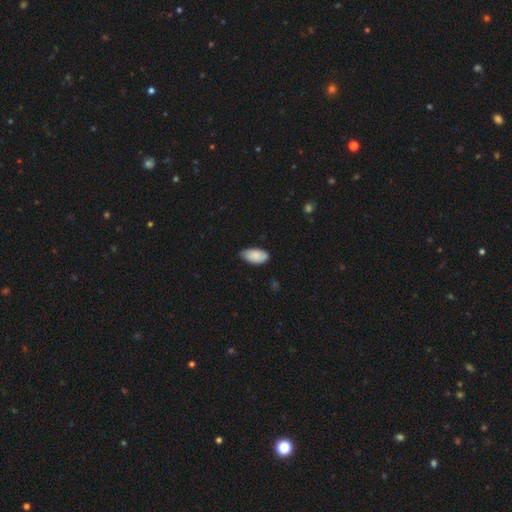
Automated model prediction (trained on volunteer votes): smooth-or-featured: smooth: 85% | featured or disk: 9% | star or artifact: 6%
  how-rounded: in between: 95% | cigar-shaped: 3% | round: 2%
  merging: none: 70% | minor disturbance: 26% | major disturbance: 3% | merger: 1%